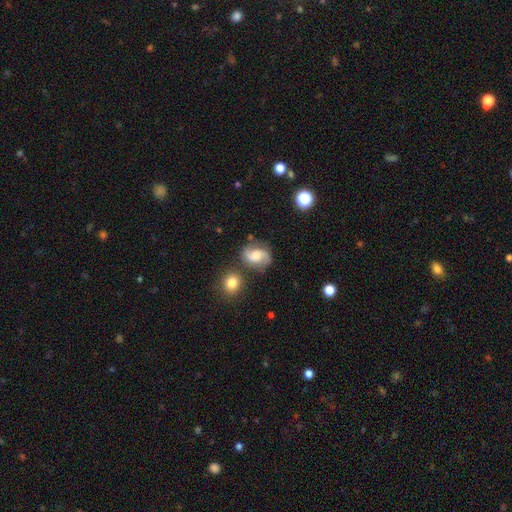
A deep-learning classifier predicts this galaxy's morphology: The model was most divided on "spiral winding": medium: 46%, loose: 40%, tight: 14%. Remaining: edge-on disk — no (98%); spiral arms — yes (95%); spiral arm count — 2 (92%); smooth or featured — featured or disk (72%); merging — none (70%); bar — no (51%); bulge size — moderate (48%).